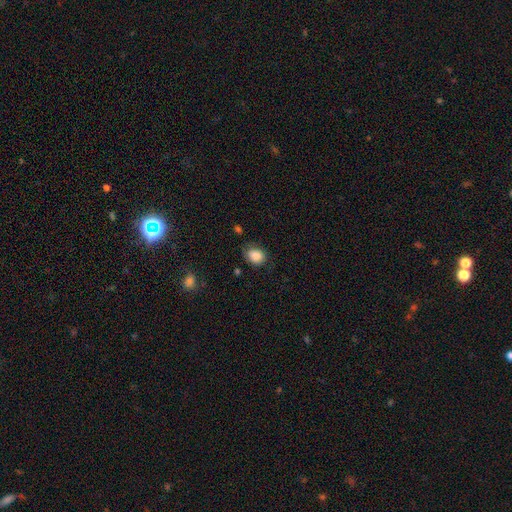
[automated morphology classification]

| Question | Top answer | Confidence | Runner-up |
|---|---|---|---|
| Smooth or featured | smooth | 86% | star or artifact (8%) |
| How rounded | in between | 54% | round (45%) |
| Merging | none | 62% | minor disturbance (28%) |